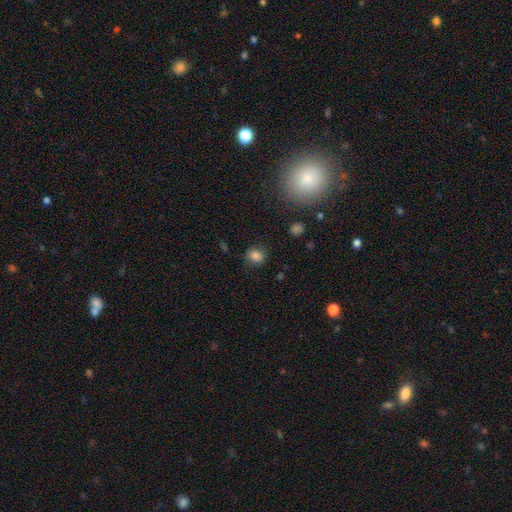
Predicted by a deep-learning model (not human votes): Morphology: type=smooth (81%); roundness=round (65%); merging=none (79%).